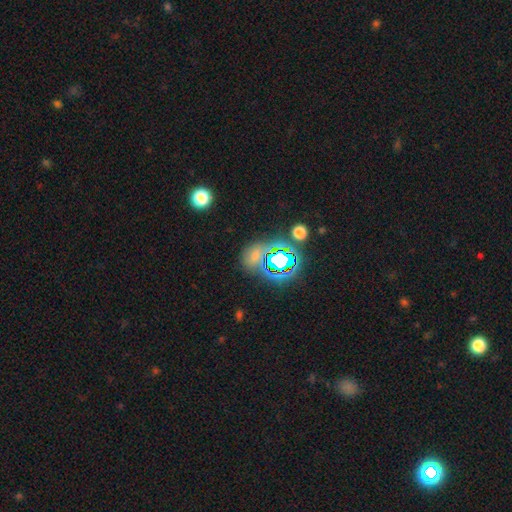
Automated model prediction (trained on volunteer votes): Morphology: type=star or artifact (56%).